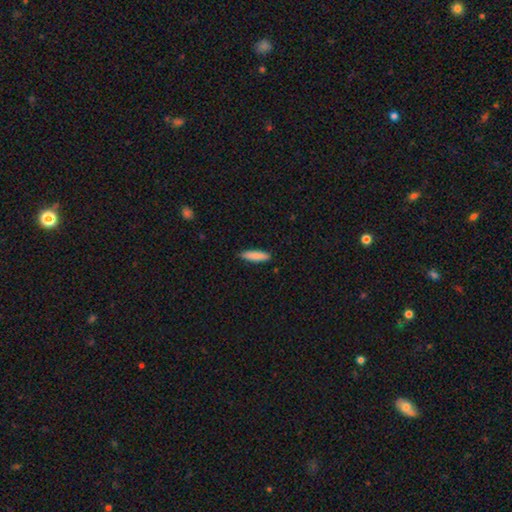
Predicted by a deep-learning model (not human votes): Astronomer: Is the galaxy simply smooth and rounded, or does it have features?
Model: smooth — 87%.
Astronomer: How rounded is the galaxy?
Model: cigar-shaped — 73%.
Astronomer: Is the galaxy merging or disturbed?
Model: none — 88%.